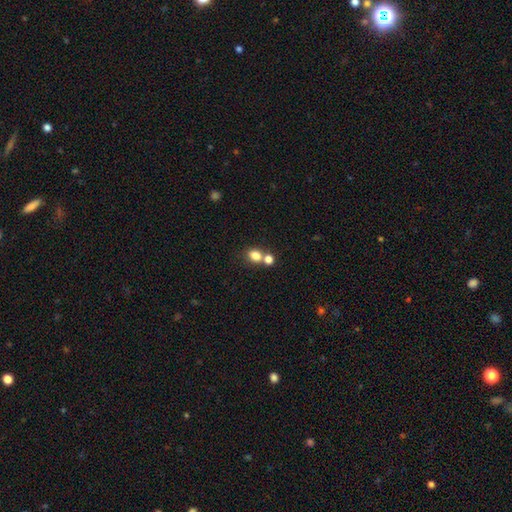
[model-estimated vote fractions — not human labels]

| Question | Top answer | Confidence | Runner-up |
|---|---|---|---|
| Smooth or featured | smooth | 81% | star or artifact (12%) |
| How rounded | in between | 51% | round (48%) |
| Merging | none | 49% | merger (37%) |